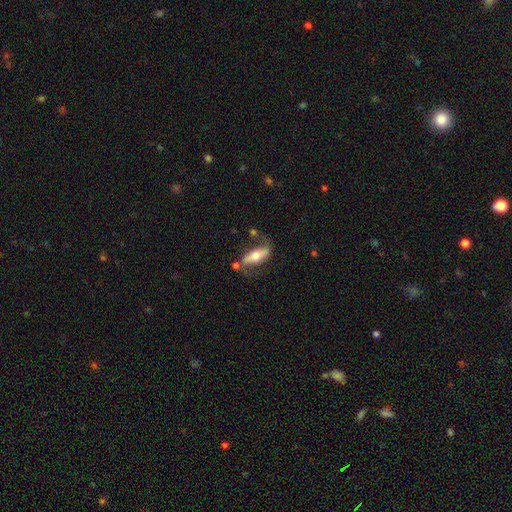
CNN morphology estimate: type=featured or disk (58%); edge-on=no (59%); merging=none (58%).